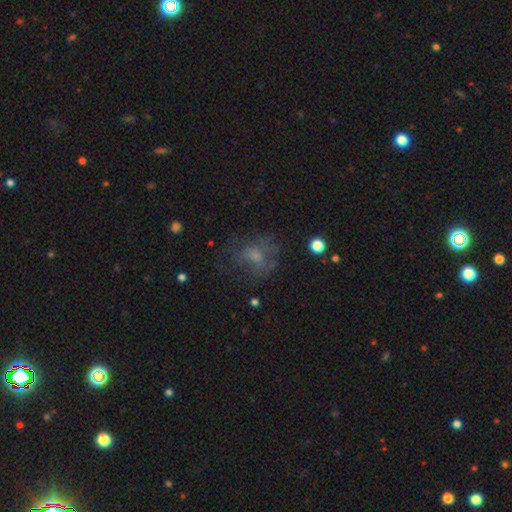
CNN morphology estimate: Smooth or featured? Predicted: smooth (p=0.46). Merging? Predicted: none (p=0.47).